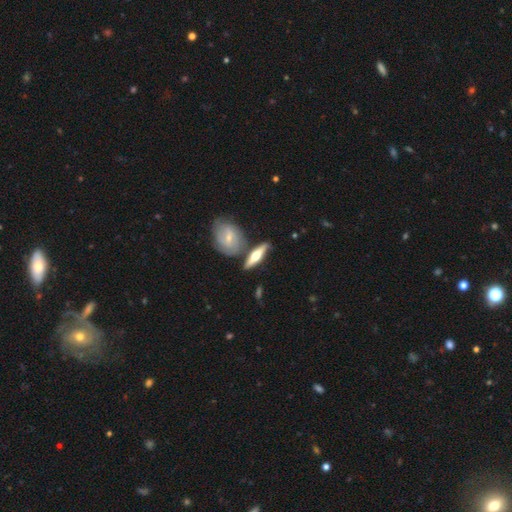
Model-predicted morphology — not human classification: smooth-or-featured: featured or disk: 56% | smooth: 38% | star or artifact: 5%
  disk-edge-on: yes: 85% | no: 15%
  merging: none: 65% | merger: 17% | minor disturbance: 14% | major disturbance: 4%